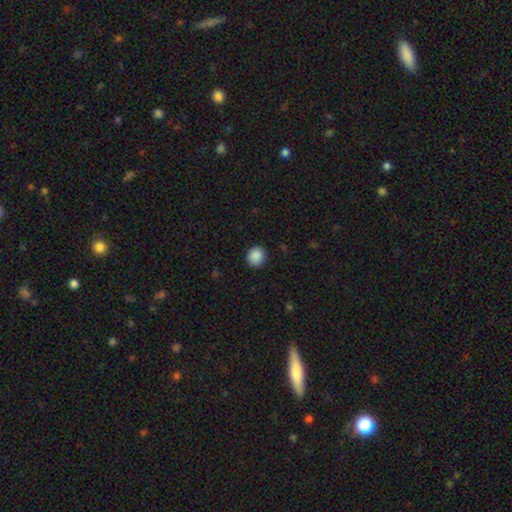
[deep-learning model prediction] The model was most divided on "how rounded": round: 82%, in between: 17%, cigar-shaped: 1%. More confident: merging — none (90%); smooth or featured — smooth (89%).